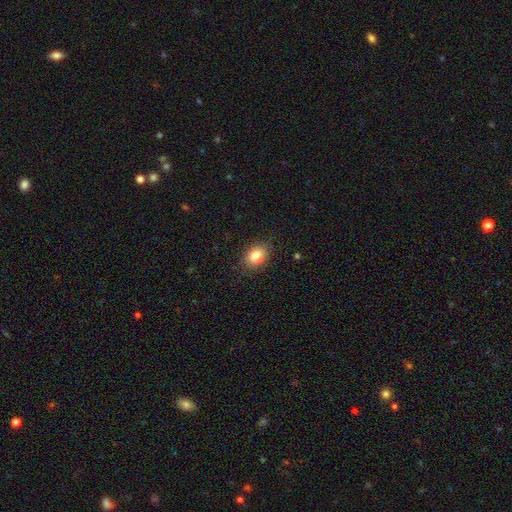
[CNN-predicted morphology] A smooth galaxy with no disk features (82%) that is in between round and cigar-shaped (60%).

Vote fractions:
- Smooth or featured? smooth: 82% / star or artifact: 10% / featured or disk: 8%
- How rounded? in between: 60% / round: 39% / cigar-shaped: 1%
- Merging? none: 87% / minor disturbance: 10% / major disturbance: 3% / merger: 1%